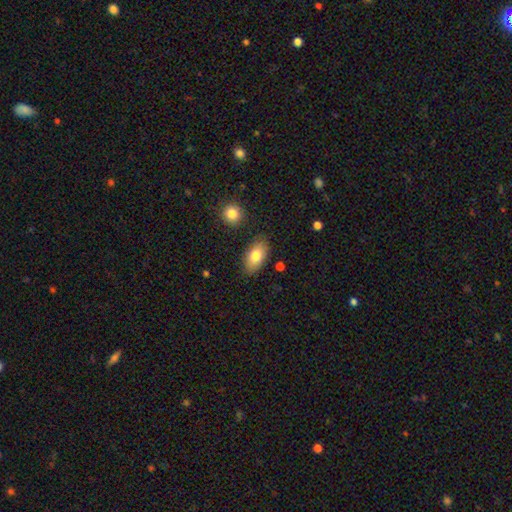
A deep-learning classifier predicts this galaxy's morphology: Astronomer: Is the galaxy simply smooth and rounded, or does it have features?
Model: smooth — 79%.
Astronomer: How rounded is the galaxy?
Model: in between — 92%.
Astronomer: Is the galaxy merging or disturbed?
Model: none — 83%.